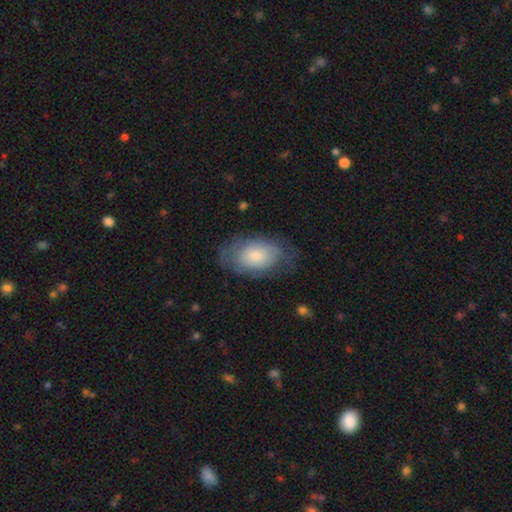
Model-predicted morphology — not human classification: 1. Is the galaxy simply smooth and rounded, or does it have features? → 63% smooth, 30% featured or disk, 7% star or artifact.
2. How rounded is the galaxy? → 89% in between, 9% round, 1% cigar-shaped.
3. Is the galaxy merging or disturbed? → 60% none, 25% minor disturbance, 13% major disturbance, 1% merger.